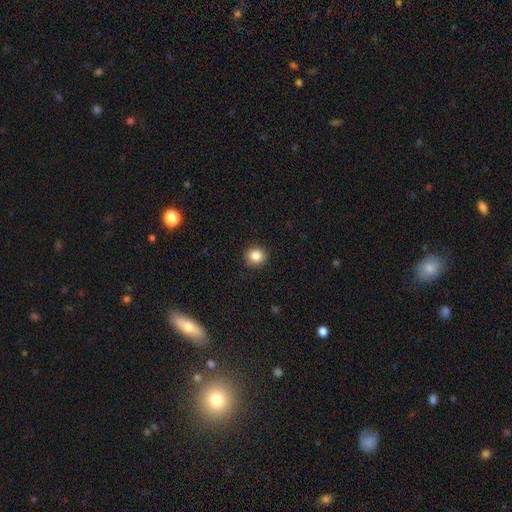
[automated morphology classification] A smooth galaxy with no disk features (86%) that is round (87%). Merging: none (90%).